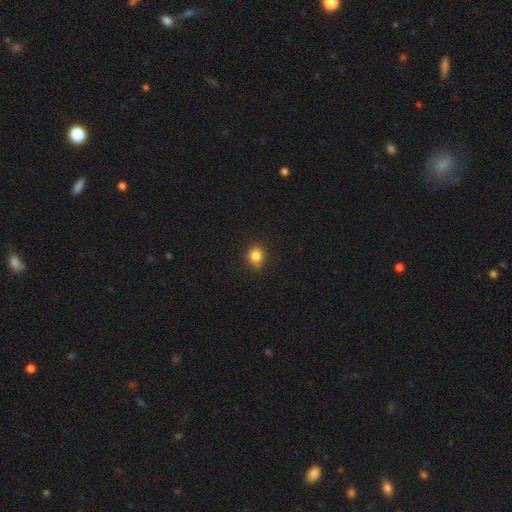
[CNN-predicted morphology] A smooth galaxy with no disk features (83%) that is round (84%).

Vote fractions:
- Smooth or featured? smooth: 83% / star or artifact: 12% / featured or disk: 5%
- How rounded? round: 84% / in between: 15% / cigar-shaped: 1%
- Merging? none: 84% / minor disturbance: 12% / major disturbance: 2% / merger: 2%